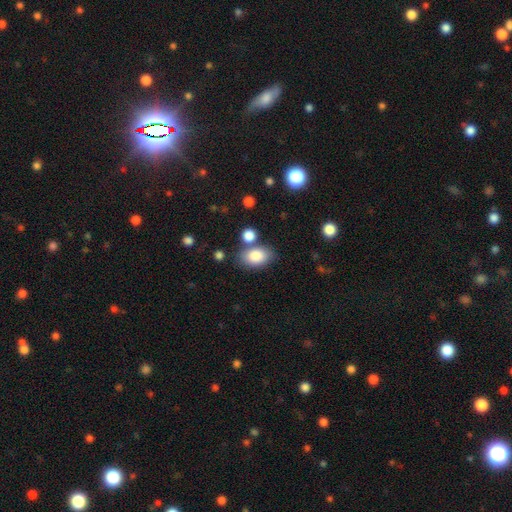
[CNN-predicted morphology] The model was most divided on "merging": none: 68%, merger: 14%, minor disturbance: 14%, major disturbance: 4%. More confident: how rounded — in between (86%); smooth or featured — smooth (85%).